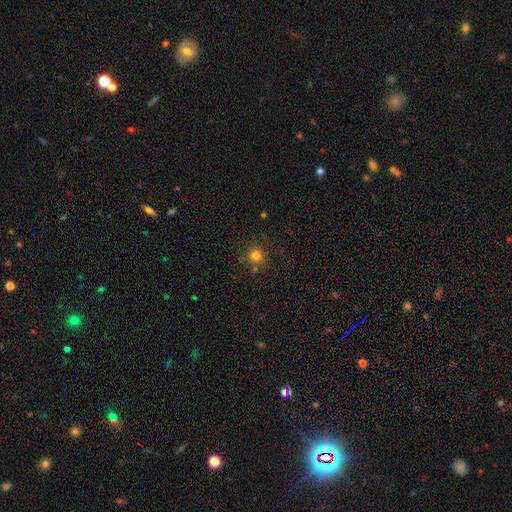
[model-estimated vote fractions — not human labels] Morphology: type=smooth (78%); roundness=round (92%); merging=none (82%).